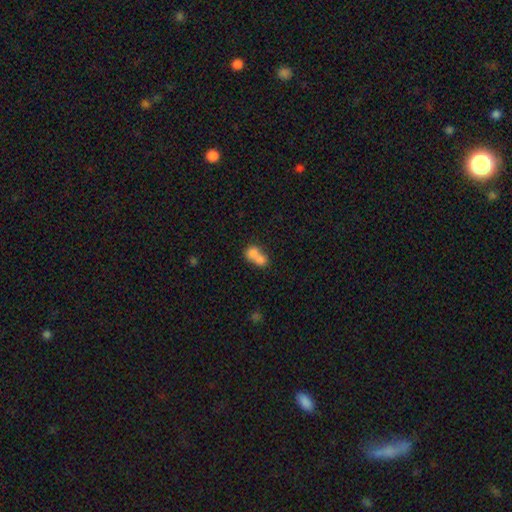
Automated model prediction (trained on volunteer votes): smooth_or_featured: smooth (p=0.74) [alt: featured or disk p=0.17]
how_rounded: round (p=0.55) [alt: in between p=0.43]
merging: merger (p=0.73) [alt: none p=0.19]